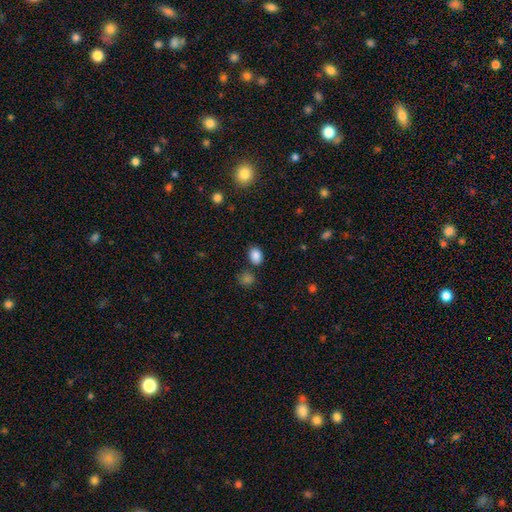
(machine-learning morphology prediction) Smooth or featured? smooth (86%)
How rounded? in between (74%)
Merging? none (77%)